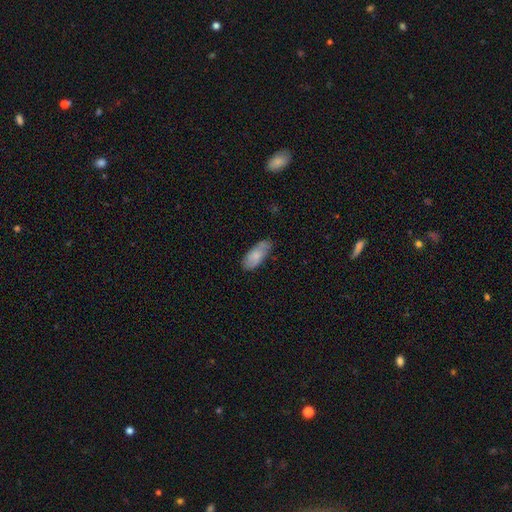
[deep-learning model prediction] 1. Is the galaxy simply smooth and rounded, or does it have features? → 77% smooth, 17% featured or disk, 6% star or artifact.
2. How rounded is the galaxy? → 85% in between, 13% cigar-shaped, 2% round.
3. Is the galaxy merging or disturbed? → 73% none, 22% minor disturbance, 4% major disturbance, 1% merger.